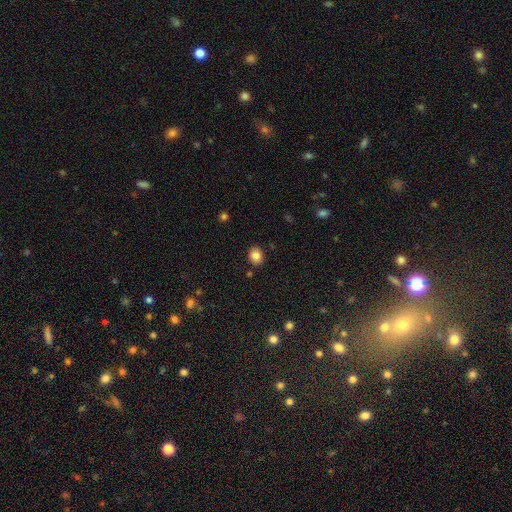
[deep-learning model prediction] This appears to be a smooth galaxy with no disk features (85%) that is round (57%). Merging: none (87%).